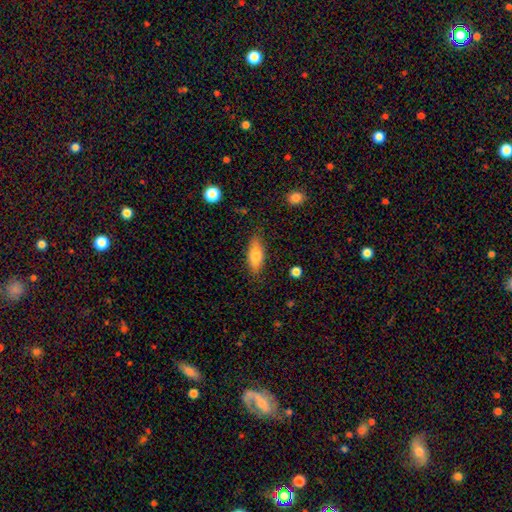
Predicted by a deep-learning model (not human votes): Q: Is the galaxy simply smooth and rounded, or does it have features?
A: smooth — 73%.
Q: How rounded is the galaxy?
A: in between — 70%.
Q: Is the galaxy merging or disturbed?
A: none — 83%.